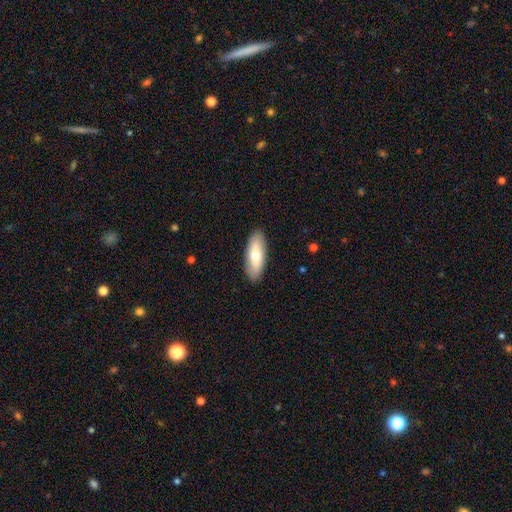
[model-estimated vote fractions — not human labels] This is likely a smooth galaxy (71%). How rounded: likely in between (73%). Merging: clearly none (89%).